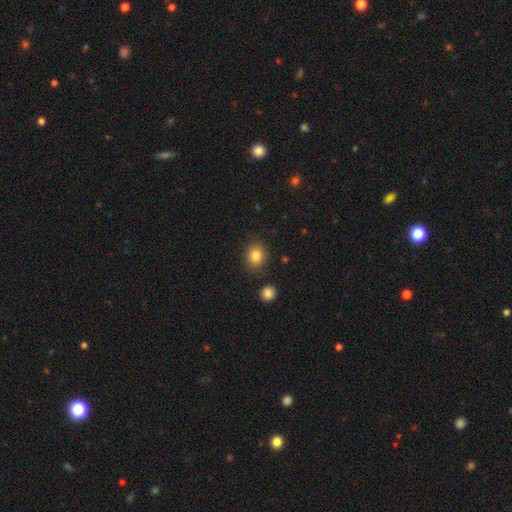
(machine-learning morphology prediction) smooth 84%, star or artifact 10%, featured or disk 6%. Down the decision tree: how rounded — round (63%); merging — none (84%).